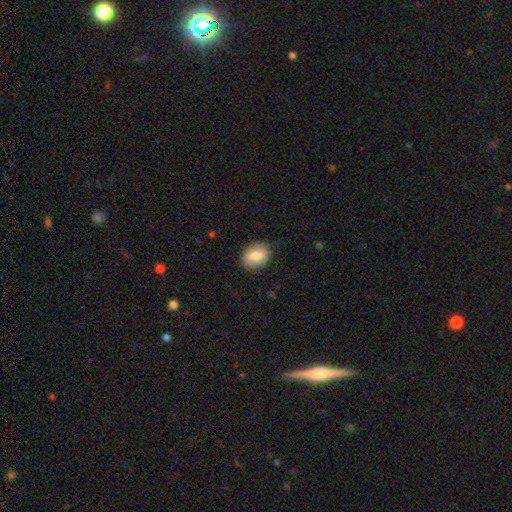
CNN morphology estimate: Smooth or featured? smooth (76%)
How rounded? in between (62%)
Merging? none (84%)